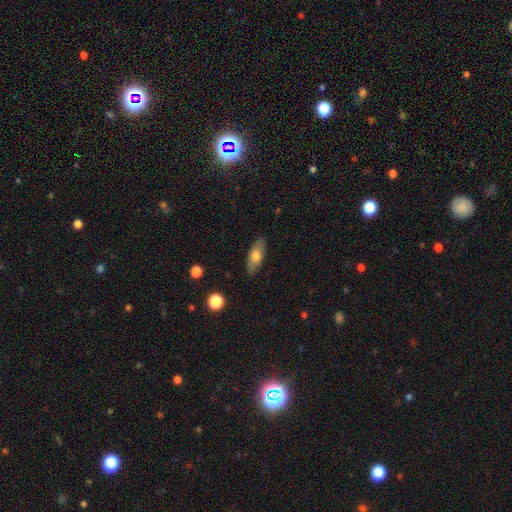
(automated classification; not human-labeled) The model was most divided on "smooth or featured": smooth: 69%, featured or disk: 24%, star or artifact: 7%. More confident: merging — none (86%); how rounded — in between (73%).